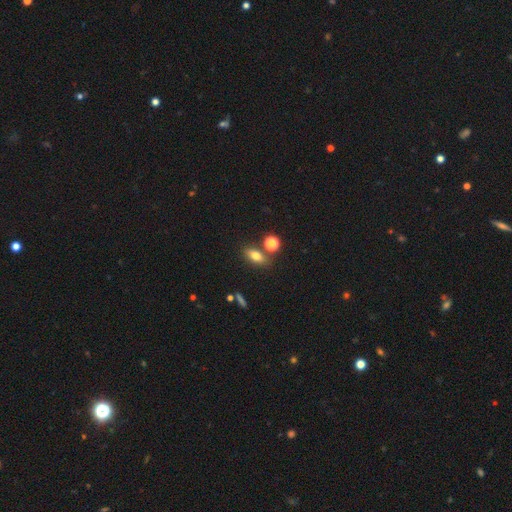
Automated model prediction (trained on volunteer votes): Smooth or featured? Predicted: smooth (p=0.73). How rounded? Predicted: in between (p=0.74). Merging? Predicted: none (p=0.71).